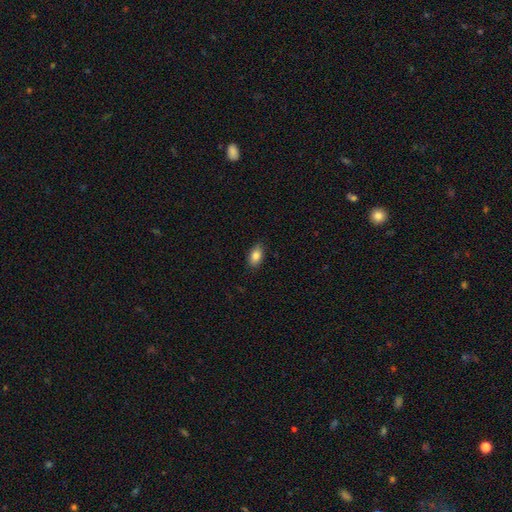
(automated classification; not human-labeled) Smooth or featured?
  - smooth: 85% *
  - star or artifact: 8%
  - featured or disk: 7%
How rounded?
  - in between: 91% *
  - round: 6%
  - cigar-shaped: 3%
Merging?
  - none: 87% *
  - minor disturbance: 10%
  - major disturbance: 2%
  - merger: 1%